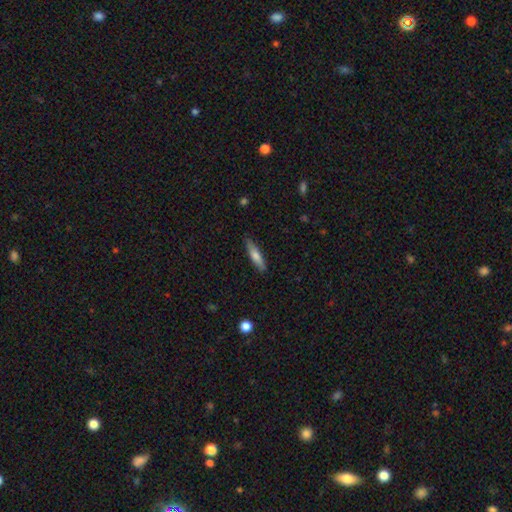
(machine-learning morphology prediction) A smooth galaxy with no disk features (63%) that is cigar-shaped (83%). Merging: none (87%).